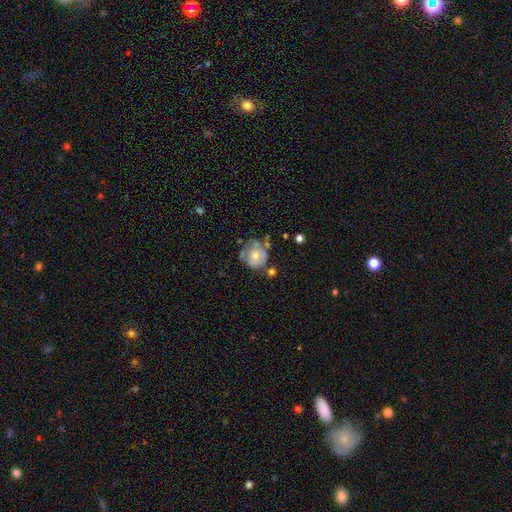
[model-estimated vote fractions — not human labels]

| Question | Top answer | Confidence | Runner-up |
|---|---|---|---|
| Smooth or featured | smooth | 50% | featured or disk (43%) |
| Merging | none | 41% | minor disturbance (29%) |